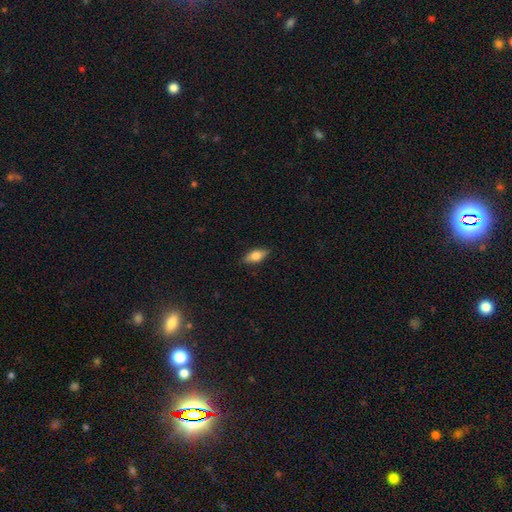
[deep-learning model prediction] Overall: smooth (70%). How rounded: in between (81%). Merging: none (85%).